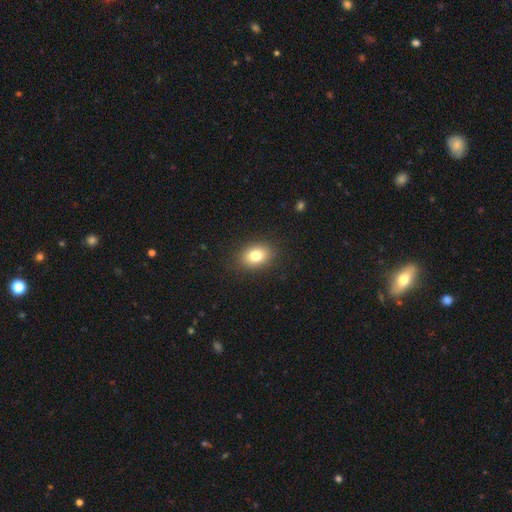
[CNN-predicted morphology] Q: Smooth or featured?
A: smooth (80%); runner-up: star or artifact (10%)
Q: How rounded?
A: in between (72%); runner-up: round (27%)
Q: Merging?
A: none (88%); runner-up: minor disturbance (8%)